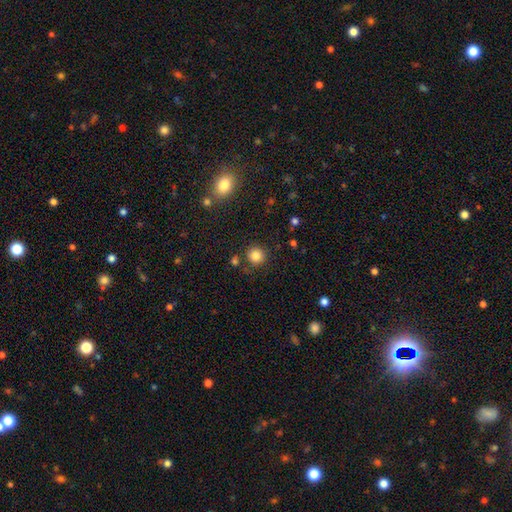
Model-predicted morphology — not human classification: type=smooth (83%); roundness=round (93%); merging=none (85%).